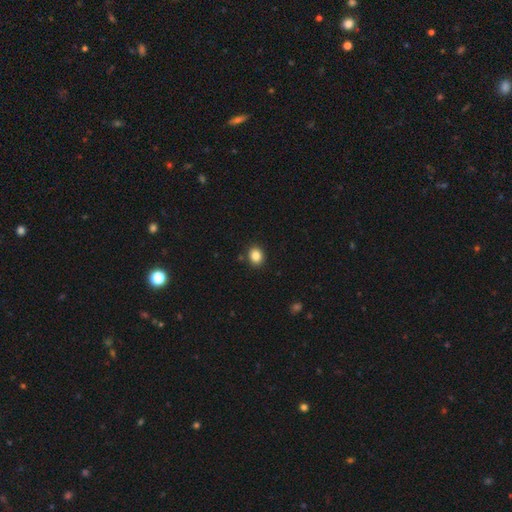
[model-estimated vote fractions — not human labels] Q: Smooth or featured?
A: smooth (86%); runner-up: star or artifact (10%)
Q: How rounded?
A: round (58%); runner-up: in between (41%)
Q: Merging?
A: none (88%); runner-up: minor disturbance (8%)